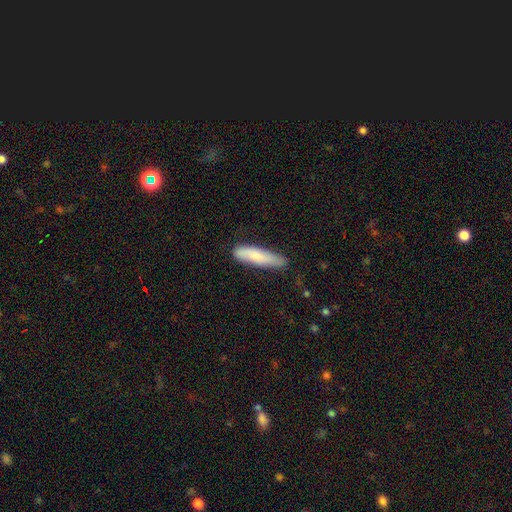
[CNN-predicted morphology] This is likely a smooth galaxy (79%). How rounded: likely cigar-shaped (75%). Merging: likely none (76%).